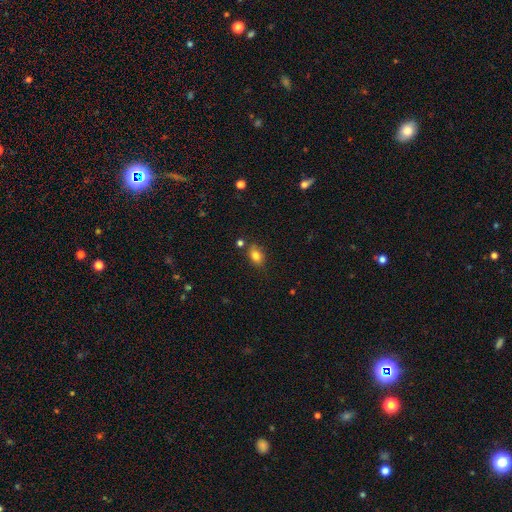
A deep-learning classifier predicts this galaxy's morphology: Smooth or featured? Predicted: smooth (p=0.81). How rounded? Predicted: in between (p=0.77). Merging? Predicted: none (p=0.75).